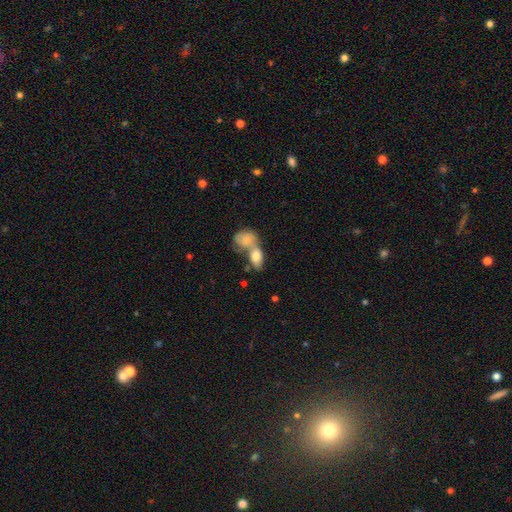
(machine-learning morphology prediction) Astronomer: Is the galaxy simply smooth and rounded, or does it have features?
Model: smooth — 77%.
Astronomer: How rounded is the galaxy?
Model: in between — 85%.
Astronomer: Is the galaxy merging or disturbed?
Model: merger — 67%.